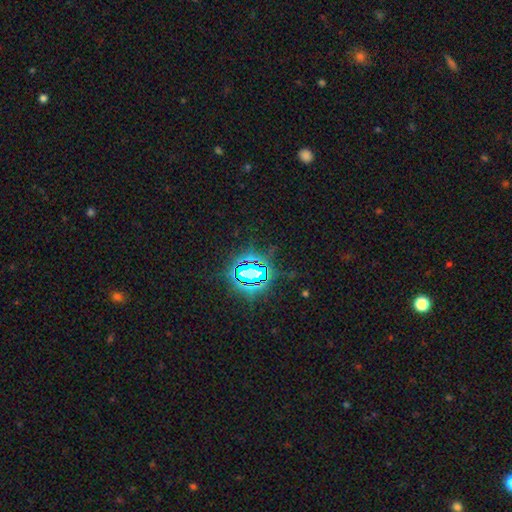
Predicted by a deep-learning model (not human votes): Morphology: type=star or artifact (83%).